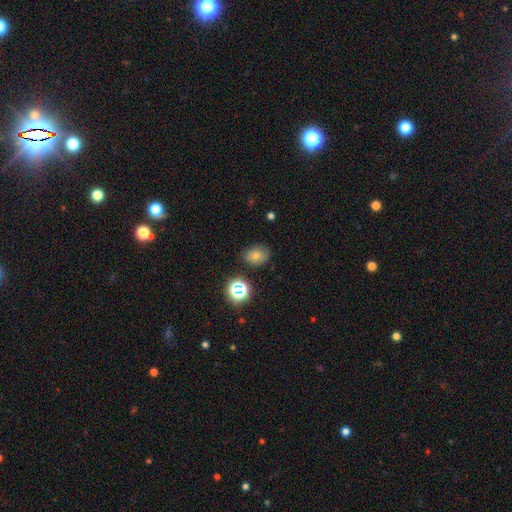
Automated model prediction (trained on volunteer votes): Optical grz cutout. It shows a smooth galaxy with no disk features (55%) that is in between round and cigar-shaped (50%). Merging: none (81%).